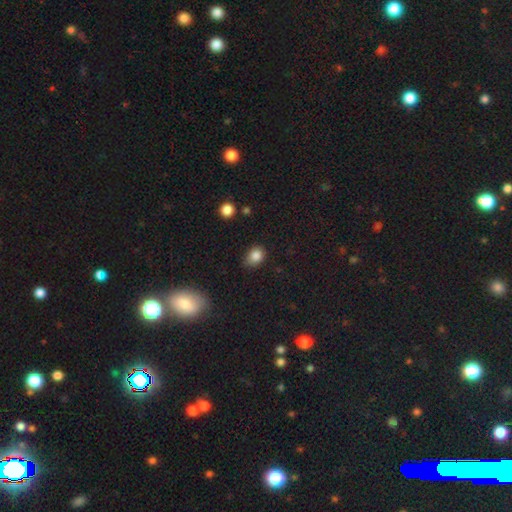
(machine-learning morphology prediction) type=smooth (84%); roundness=in between (62%); merging=none (67%).